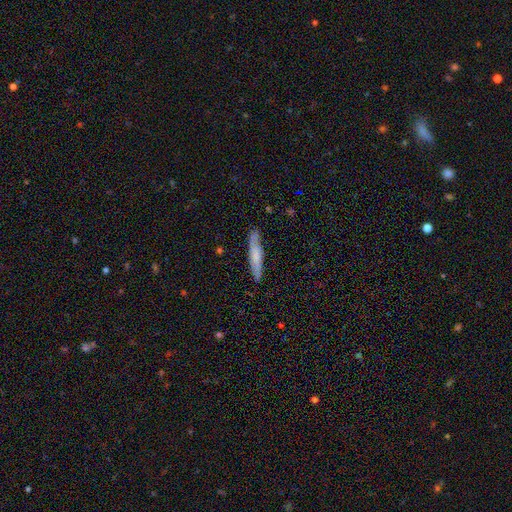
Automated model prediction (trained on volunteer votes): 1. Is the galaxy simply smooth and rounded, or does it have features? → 54% smooth, 40% featured or disk, 6% star or artifact.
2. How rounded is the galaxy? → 89% cigar-shaped, 10% in between, 1% round.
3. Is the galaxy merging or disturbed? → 82% none, 14% minor disturbance, 3% major disturbance, 2% merger.